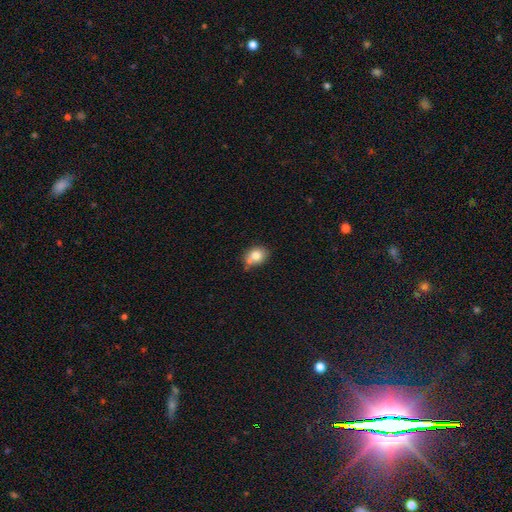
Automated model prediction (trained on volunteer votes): Smooth or featured?
  - smooth: 78% *
  - featured or disk: 13%
  - star or artifact: 9%
How rounded?
  - round: 53% *
  - in between: 46%
  - cigar-shaped: 1%
Merging?
  - none: 53% *
  - merger: 24%
  - minor disturbance: 19%
  - major disturbance: 5%